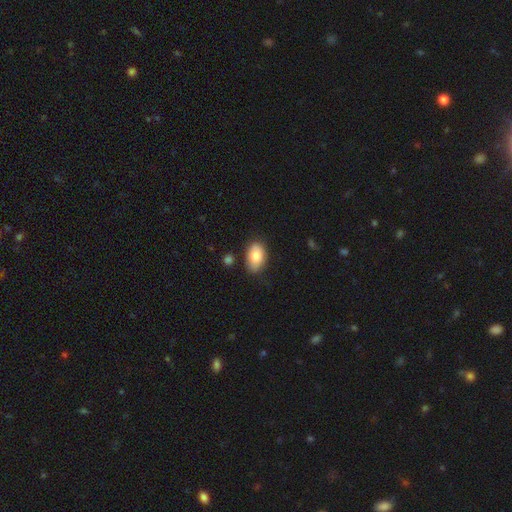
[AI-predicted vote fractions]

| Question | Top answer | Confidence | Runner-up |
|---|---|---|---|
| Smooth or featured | smooth | 82% | featured or disk (11%) |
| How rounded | in between | 91% | round (8%) |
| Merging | none | 77% | minor disturbance (16%) |